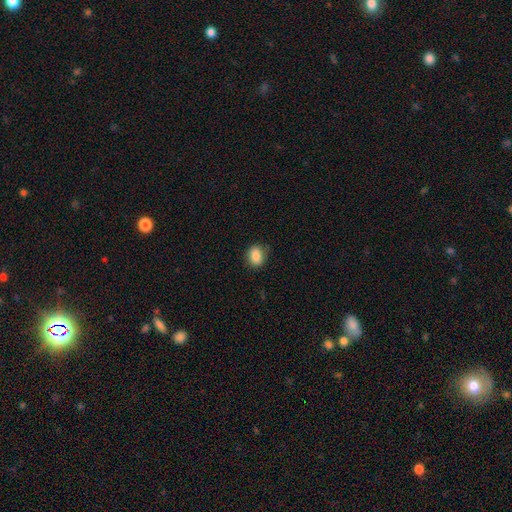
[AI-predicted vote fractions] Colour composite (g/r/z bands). It shows a smooth galaxy with no disk features (86%) that is in between round and cigar-shaped (61%). Merging: none (78%).